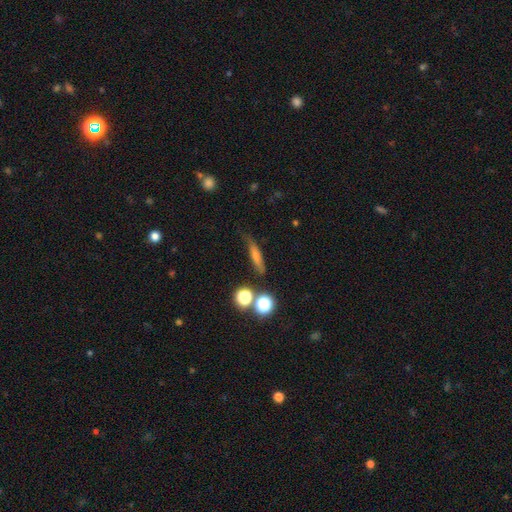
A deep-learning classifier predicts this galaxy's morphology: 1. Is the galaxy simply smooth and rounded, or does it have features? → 44% smooth, 37% featured or disk, 19% star or artifact.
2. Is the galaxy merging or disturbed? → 68% none, 19% minor disturbance, 7% major disturbance, 6% merger.